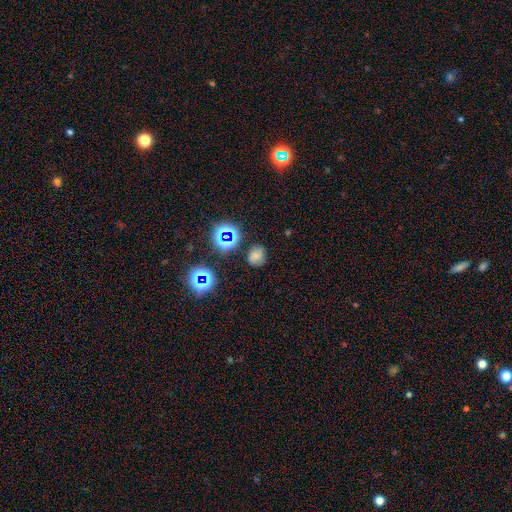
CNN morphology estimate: Smooth or featured? Predicted: smooth (p=0.57). How rounded? Predicted: round (p=0.72). Merging? Predicted: none (p=0.73).